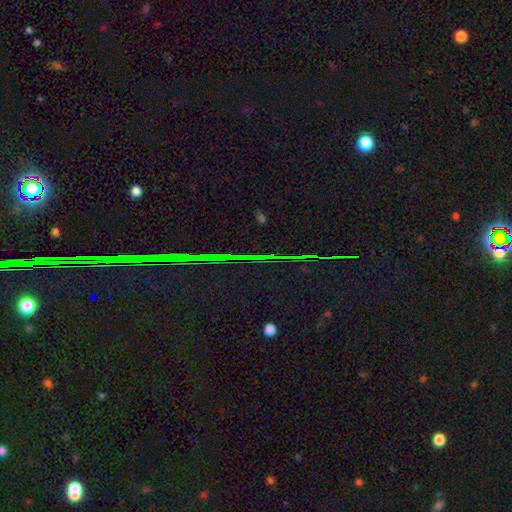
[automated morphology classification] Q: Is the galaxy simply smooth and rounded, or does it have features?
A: star or artifact — 83%.